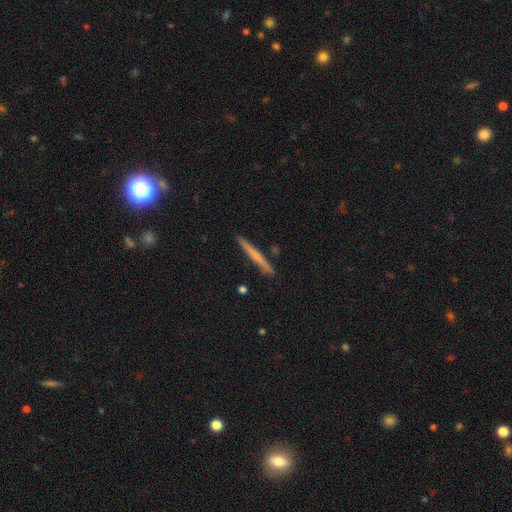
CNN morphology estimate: A smooth galaxy with no disk features (53%) that is cigar-shaped (97%).

Vote fractions:
- Smooth or featured? smooth: 53% / featured or disk: 41% / star or artifact: 5%
- How rounded? cigar-shaped: 97% / in between: 2% / round: 1%
- Merging? none: 91% / minor disturbance: 6% / merger: 2% / major disturbance: 1%